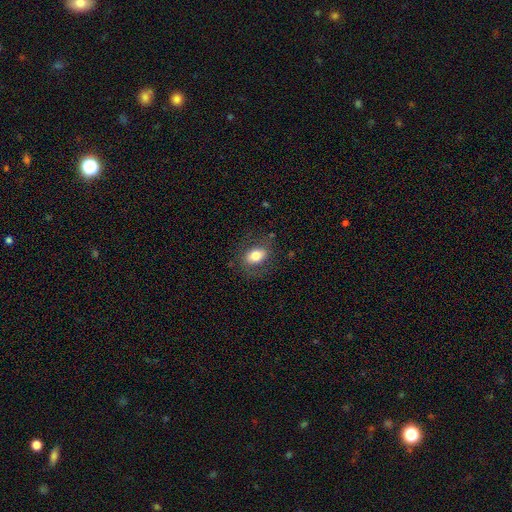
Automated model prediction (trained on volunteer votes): smooth_or_featured: smooth (p=0.73) [alt: featured or disk p=0.19]
how_rounded: in between (p=0.81) [alt: round p=0.18]
merging: none (p=0.75) [alt: minor disturbance p=0.16]